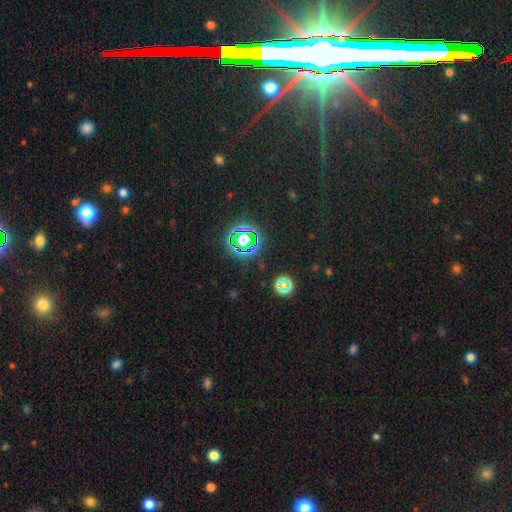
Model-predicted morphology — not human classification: Q: Smooth or featured?
A: star or artifact (74%); runner-up: smooth (15%)